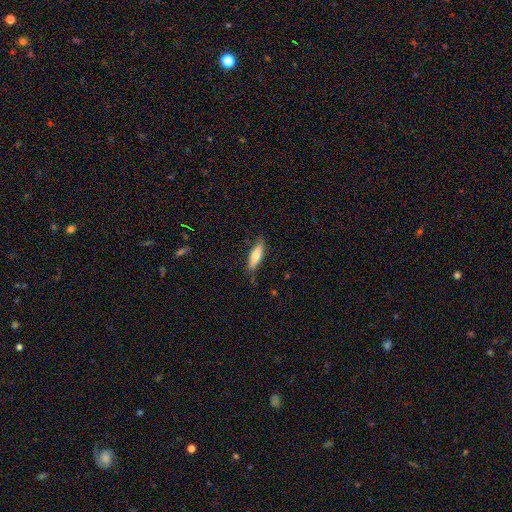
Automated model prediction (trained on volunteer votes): smooth 69%, featured or disk 25%, star or artifact 6%. Down the decision tree: how rounded — cigar-shaped (50%); merging — none (76%).